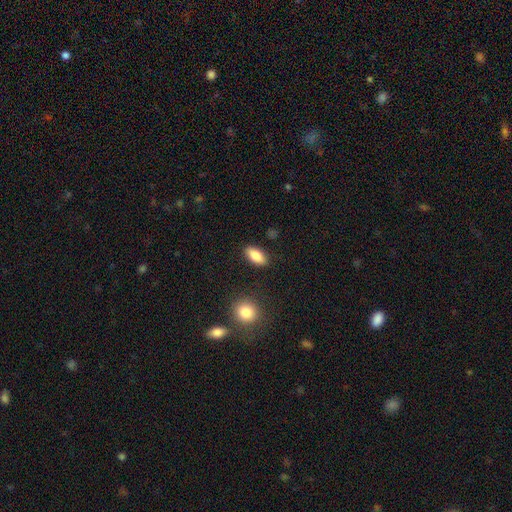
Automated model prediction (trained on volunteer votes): smooth 85%, featured or disk 8%, star or artifact 7%. Down the decision tree: how rounded — in between (86%); merging — none (87%).